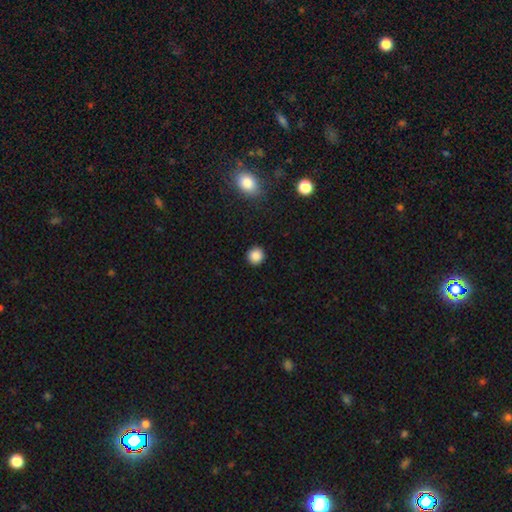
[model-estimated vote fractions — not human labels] smooth_or_featured: smooth (p=0.87) [alt: star or artifact p=0.10]
how_rounded: round (p=0.94) [alt: in between p=0.05]
merging: none (p=0.92) [alt: minor disturbance p=0.05]